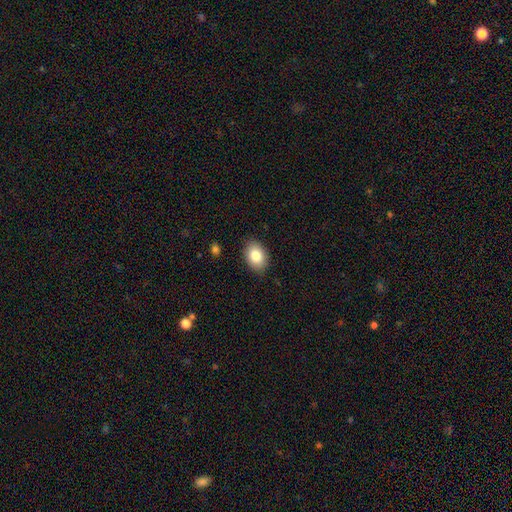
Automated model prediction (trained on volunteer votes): The model was most divided on "how rounded": in between: 83%, round: 16%, cigar-shaped: 1%. More confident: merging — none (86%); smooth or featured — smooth (85%).